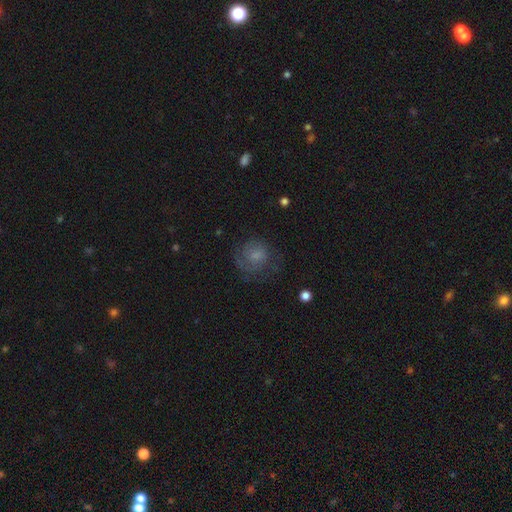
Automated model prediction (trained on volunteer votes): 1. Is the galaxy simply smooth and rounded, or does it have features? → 54% smooth, 34% featured or disk, 12% star or artifact.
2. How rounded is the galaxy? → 79% round, 20% in between, 1% cigar-shaped.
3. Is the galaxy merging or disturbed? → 59% none, 21% minor disturbance, 19% major disturbance, 2% merger.